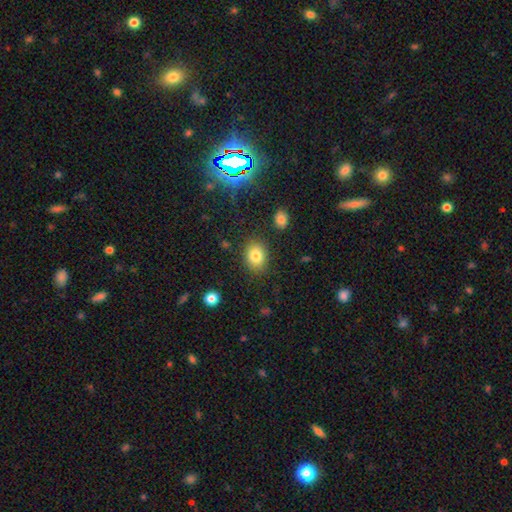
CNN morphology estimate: Smooth or featured?
  - smooth: 81% *
  - star or artifact: 11%
  - featured or disk: 8%
How rounded?
  - in between: 58% *
  - round: 41%
  - cigar-shaped: 1%
Merging?
  - none: 84% *
  - minor disturbance: 10%
  - major disturbance: 3%
  - merger: 2%